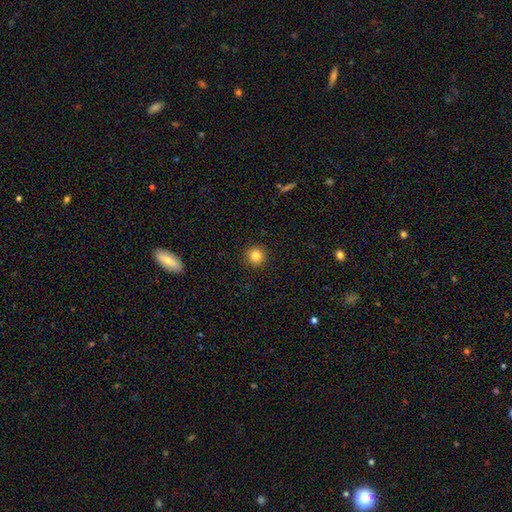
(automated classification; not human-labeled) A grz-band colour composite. It shows a smooth galaxy with no disk features (84%) that is round (95%). Merging: none (93%).